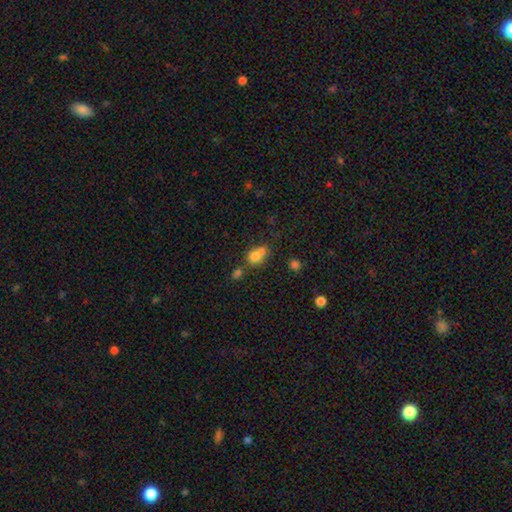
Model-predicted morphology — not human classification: A smooth galaxy with no disk features (74%) that is round (59%).

Vote fractions:
- Smooth or featured? smooth: 74% / star or artifact: 14% / featured or disk: 13%
- How rounded? round: 59% / in between: 39% / cigar-shaped: 2%
- Merging? merger: 42% / none: 37% / minor disturbance: 14% / major disturbance: 7%